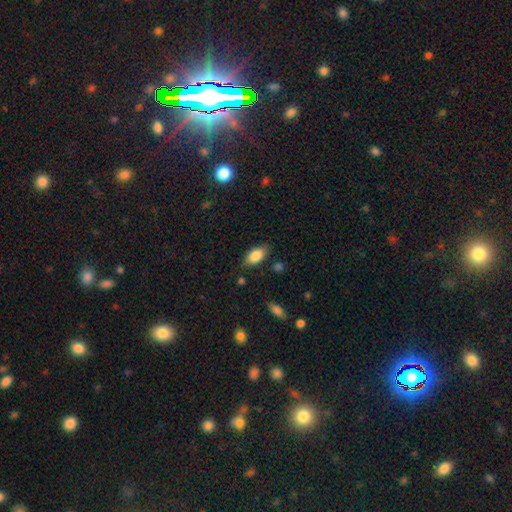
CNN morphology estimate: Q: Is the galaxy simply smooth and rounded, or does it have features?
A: smooth — 84%.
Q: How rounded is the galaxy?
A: in between — 90%.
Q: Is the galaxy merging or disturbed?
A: none — 77%.